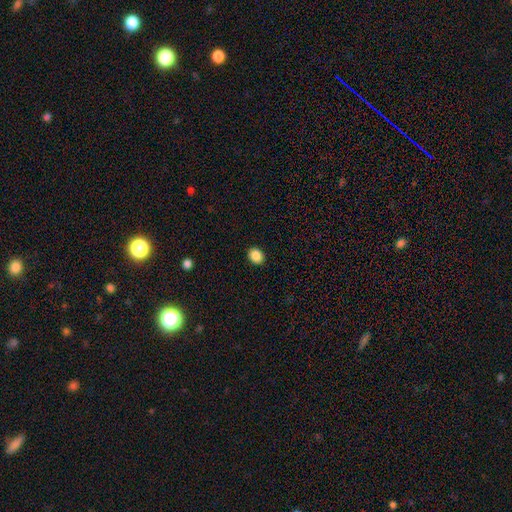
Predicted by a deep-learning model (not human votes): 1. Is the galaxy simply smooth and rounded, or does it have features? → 88% smooth, 9% star or artifact, 3% featured or disk.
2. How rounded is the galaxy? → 51% round, 48% in between, 1% cigar-shaped.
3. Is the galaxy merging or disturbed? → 91% none, 6% minor disturbance, 2% major disturbance, 1% merger.